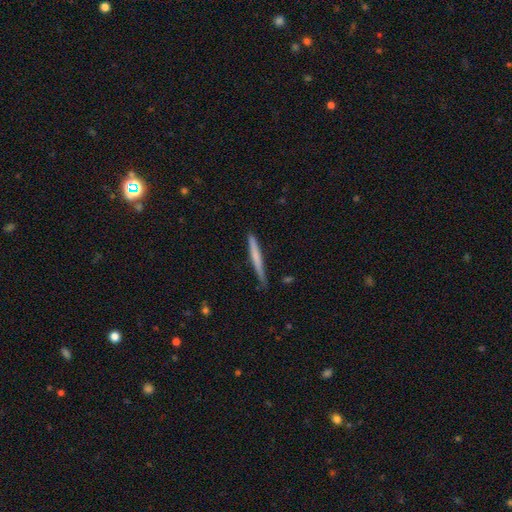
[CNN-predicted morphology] smooth 59%, featured or disk 35%, star or artifact 6%. Down the decision tree: how rounded — cigar-shaped (97%); merging — none (82%).